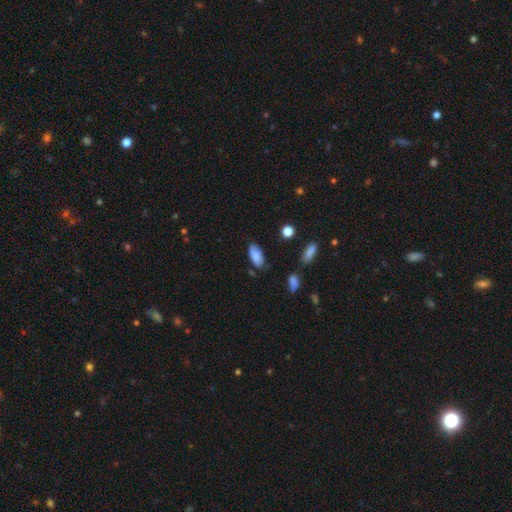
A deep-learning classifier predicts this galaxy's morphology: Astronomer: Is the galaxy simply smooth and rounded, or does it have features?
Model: smooth — 75%.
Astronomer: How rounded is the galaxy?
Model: in between — 91%.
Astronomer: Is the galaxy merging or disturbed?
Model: none — 74%.